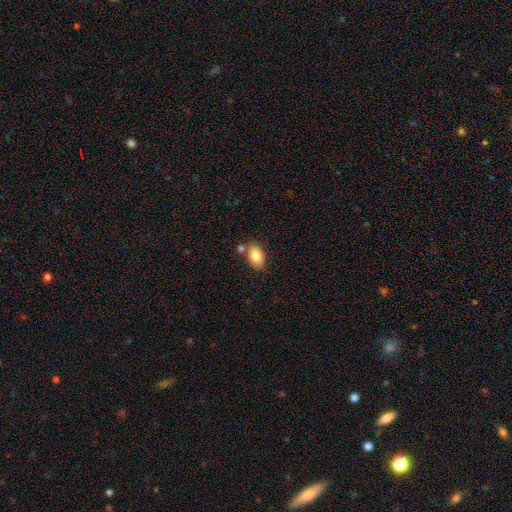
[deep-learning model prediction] A smooth galaxy with no disk features (85%) that is in between round and cigar-shaped (92%). Merging: none (71%).